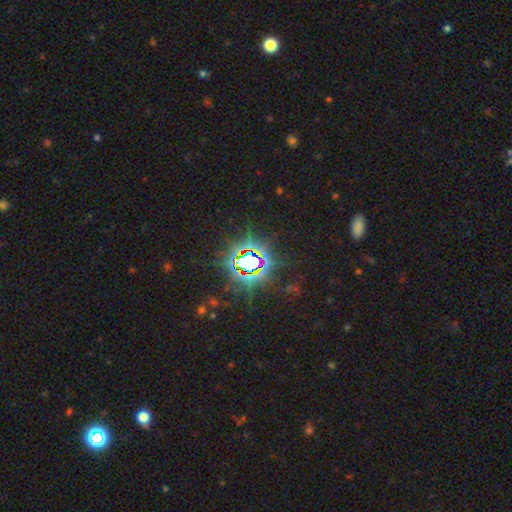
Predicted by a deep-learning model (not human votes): Smooth or featured? star or artifact (82%)